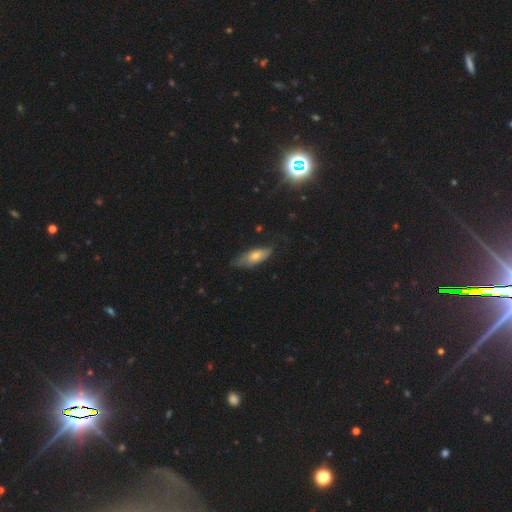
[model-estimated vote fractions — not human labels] Smooth or featured: smooth — 57% (featured or disk — 33%)
How rounded: in between — 70% (cigar-shaped — 27%)
Merging: none — 62% (minor disturbance — 28%)